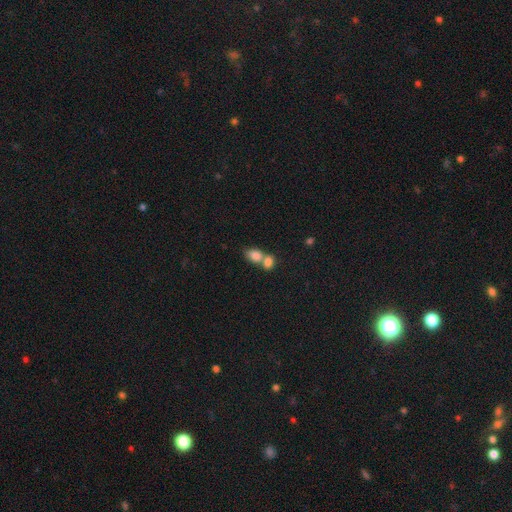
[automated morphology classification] A smooth galaxy with no disk features (82%) that is in between round and cigar-shaped (72%). Merging: merger (67%).